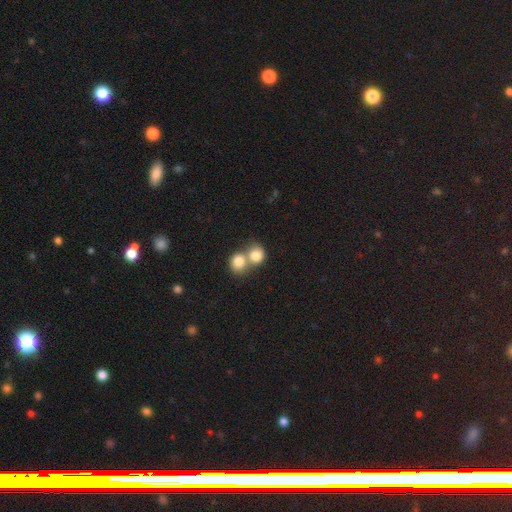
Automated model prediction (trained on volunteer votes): A smooth galaxy with no disk features (82%) that is round (74%).

Vote fractions:
- Smooth or featured? smooth: 82% / featured or disk: 10% / star or artifact: 8%
- How rounded? round: 74% / in between: 24% / cigar-shaped: 1%
- Merging? merger: 67% / none: 25% / minor disturbance: 5% / major disturbance: 3%